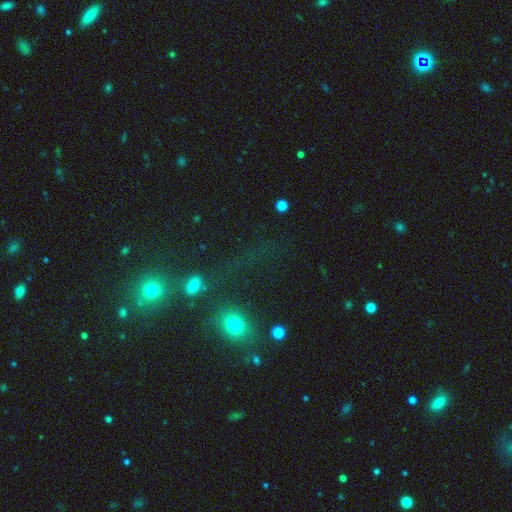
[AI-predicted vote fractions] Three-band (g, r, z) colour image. It shows a star or artifact, not a galaxy (47%).